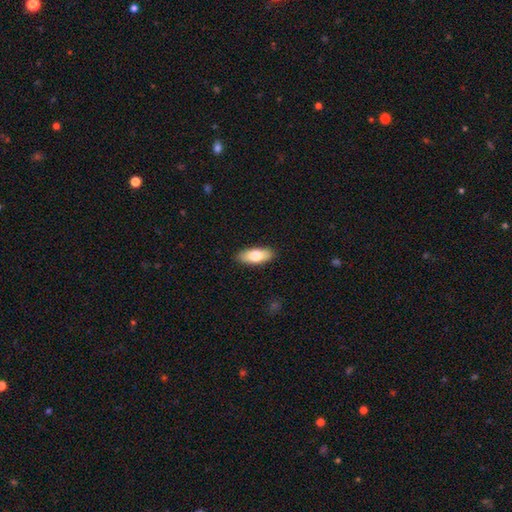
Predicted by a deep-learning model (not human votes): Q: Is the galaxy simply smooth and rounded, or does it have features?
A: smooth — 77%.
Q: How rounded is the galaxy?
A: in between — 81%.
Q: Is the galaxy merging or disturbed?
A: none — 89%.